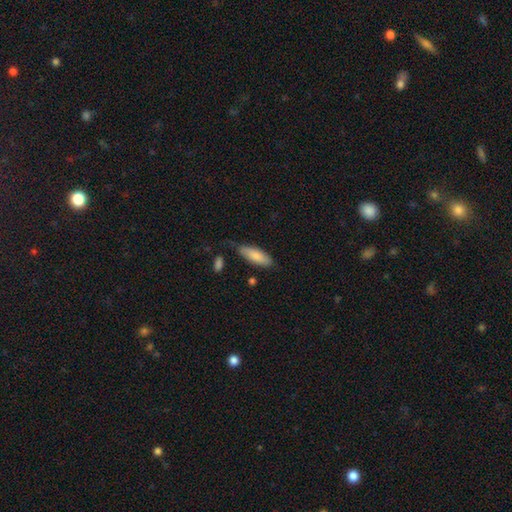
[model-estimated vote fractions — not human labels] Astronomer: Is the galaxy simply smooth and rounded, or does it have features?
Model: smooth — 84%.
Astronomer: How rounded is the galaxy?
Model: in between — 68%.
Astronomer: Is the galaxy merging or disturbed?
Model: none — 69%.